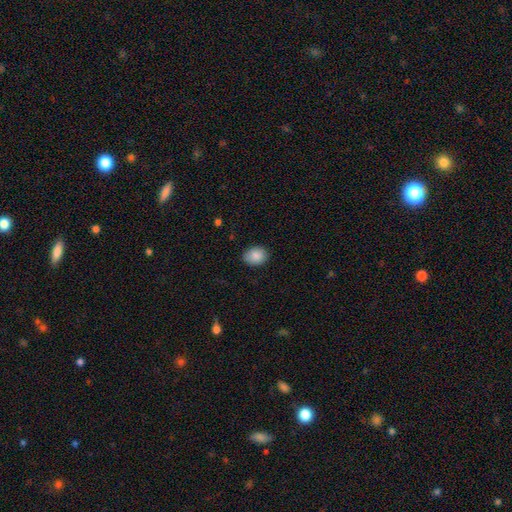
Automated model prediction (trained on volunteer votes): Morphology: type=smooth (88%); roundness=in between (60%); merging=none (86%).